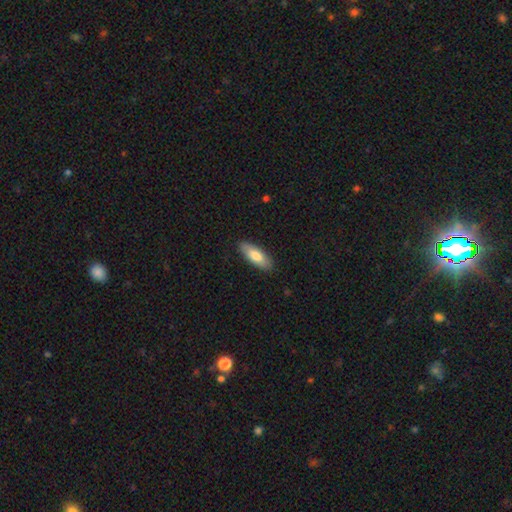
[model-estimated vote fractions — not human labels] The model was most divided on "how rounded": in between: 70%, cigar-shaped: 28%, round: 2%. More confident: merging — none (87%); smooth or featured — smooth (77%).